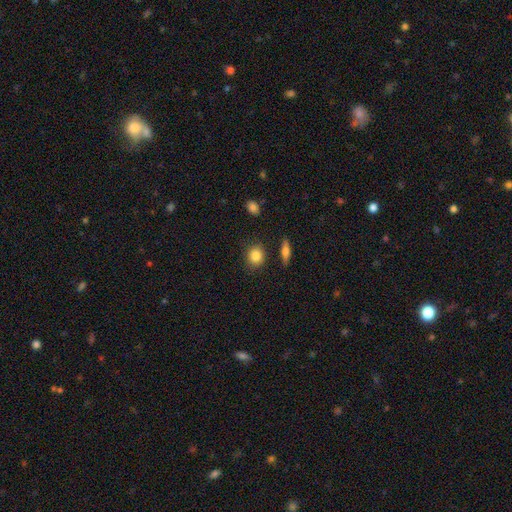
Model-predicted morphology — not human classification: smooth_or_featured: smooth (p=0.84) [alt: star or artifact p=0.08]
how_rounded: round (p=0.70) [alt: in between p=0.28]
merging: none (p=0.85) [alt: minor disturbance p=0.09]